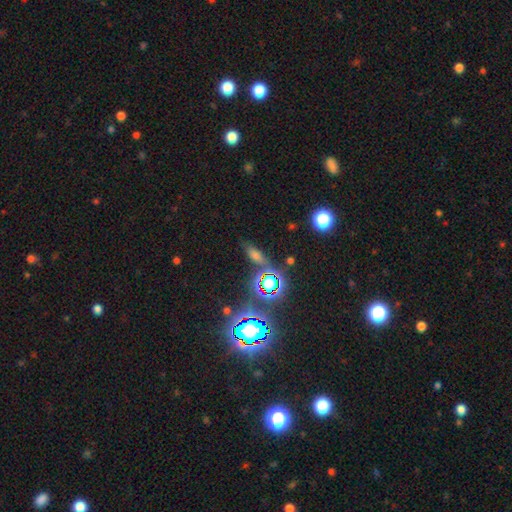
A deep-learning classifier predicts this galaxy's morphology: A smooth galaxy with no disk features (49%).

Vote fractions:
- Smooth or featured? smooth: 49% / star or artifact: 35% / featured or disk: 16%
- Merging? none: 75% / minor disturbance: 13% / merger: 6% / major disturbance: 5%